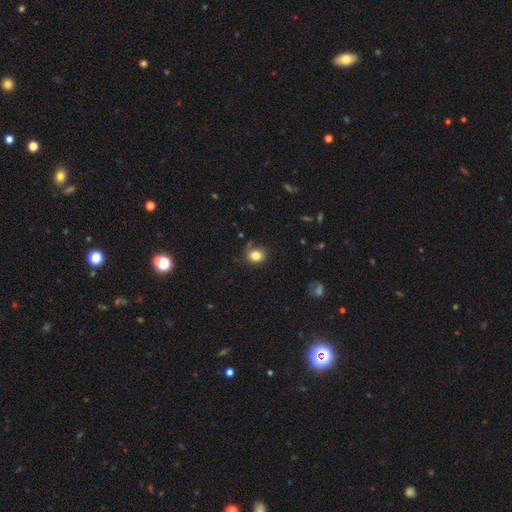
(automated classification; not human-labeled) This appears to be a smooth galaxy with no disk features (82%) that is round (73%). Merging: none (77%).